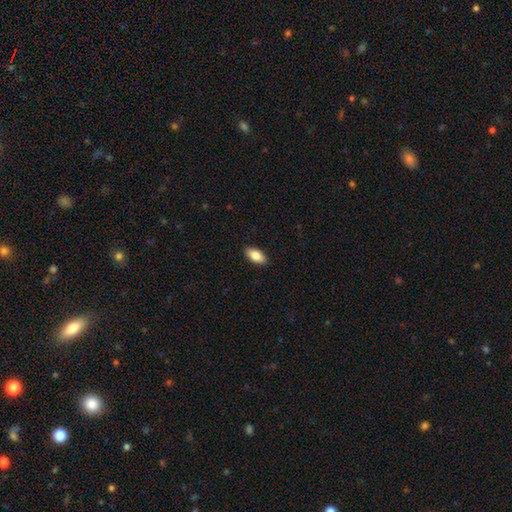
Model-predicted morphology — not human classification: This is clearly a smooth galaxy (85%). How rounded: clearly in between (92%). Merging: clearly none (90%).